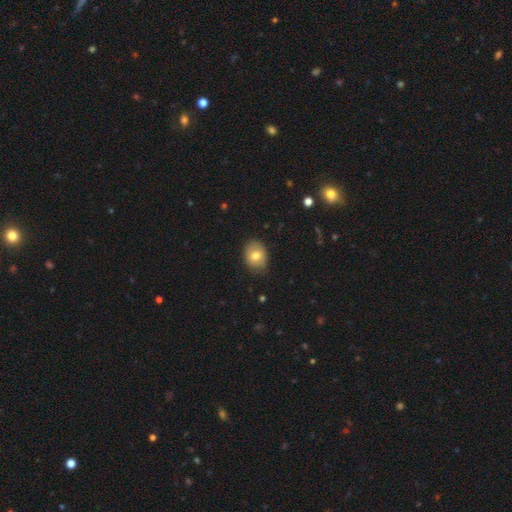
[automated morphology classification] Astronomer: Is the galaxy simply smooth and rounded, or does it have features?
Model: smooth — 76%.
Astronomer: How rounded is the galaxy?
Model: in between — 59% (runner-up: round, 40%).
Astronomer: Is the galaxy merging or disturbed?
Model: none — 79%.